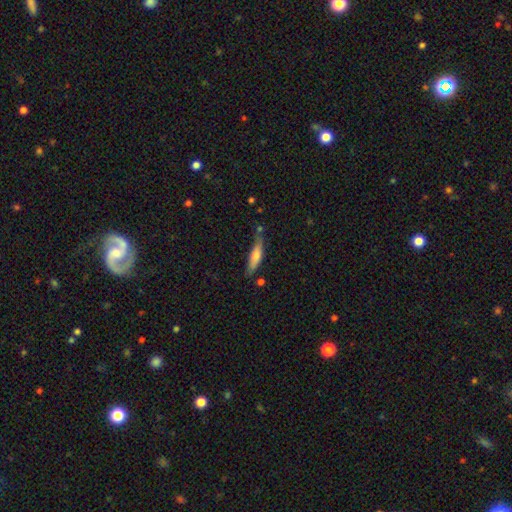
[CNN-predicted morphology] Smooth or featured? smooth (66%)
How rounded? cigar-shaped (72%)
Merging? none (63%)